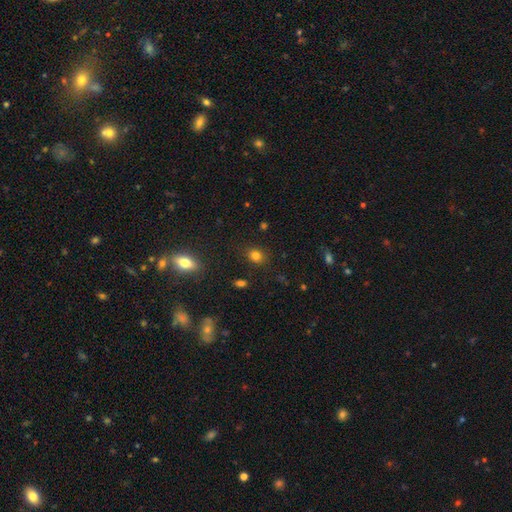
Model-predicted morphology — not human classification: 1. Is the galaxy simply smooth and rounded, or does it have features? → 79% smooth, 14% star or artifact, 7% featured or disk.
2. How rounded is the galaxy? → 54% round, 45% in between, 1% cigar-shaped.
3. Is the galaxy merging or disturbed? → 84% none, 11% minor disturbance, 3% major disturbance, 2% merger.